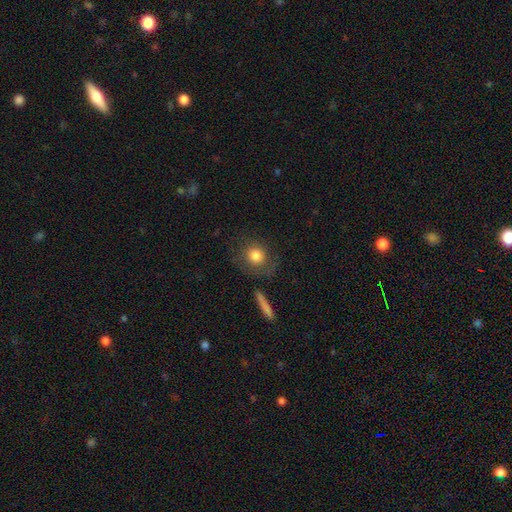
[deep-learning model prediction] Overall: smooth (77%). How rounded: round (85%). Merging: none (71%).